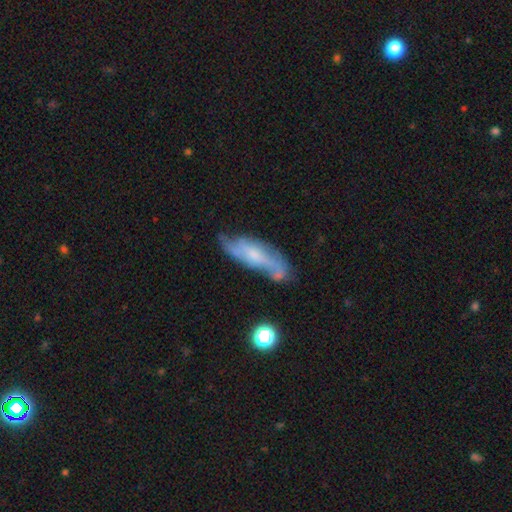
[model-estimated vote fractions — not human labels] A featured or disk galaxy (60%). Merging: none (50%).